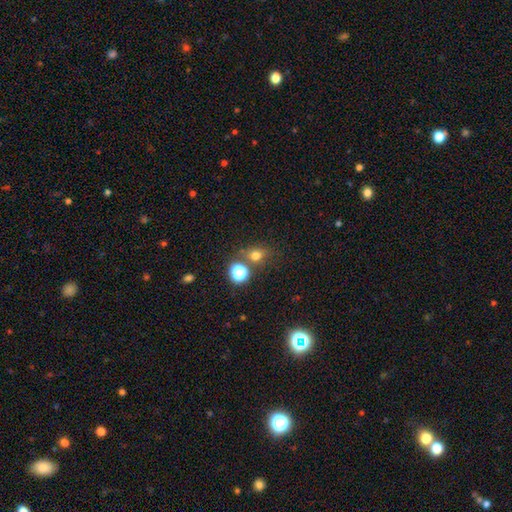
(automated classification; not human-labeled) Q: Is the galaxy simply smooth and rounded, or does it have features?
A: smooth — 70%.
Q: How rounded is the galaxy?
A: round — 67%.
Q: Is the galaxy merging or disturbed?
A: none — 68%.